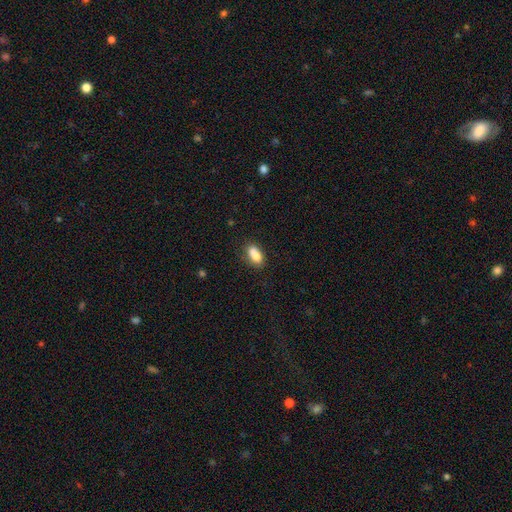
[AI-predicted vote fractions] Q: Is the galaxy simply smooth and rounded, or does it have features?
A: smooth — 84%.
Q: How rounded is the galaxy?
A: in between — 86%.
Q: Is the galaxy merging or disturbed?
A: none — 70%.